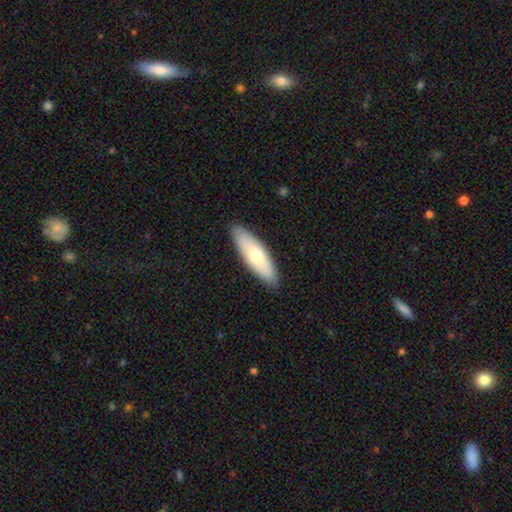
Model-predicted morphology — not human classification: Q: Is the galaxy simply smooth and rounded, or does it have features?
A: smooth — 63%.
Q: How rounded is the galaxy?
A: in between — 52%.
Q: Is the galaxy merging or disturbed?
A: none — 89%.